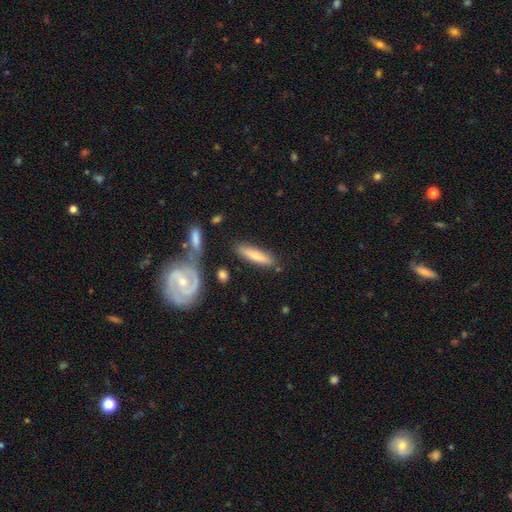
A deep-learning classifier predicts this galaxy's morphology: This is likely a smooth galaxy (67%). How rounded: likely cigar-shaped (75%). Merging: clearly none (80%).